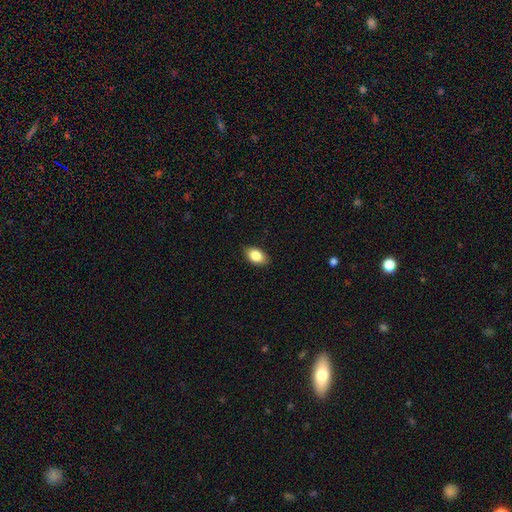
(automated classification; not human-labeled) Overall: smooth (85%). How rounded: in between (89%). Merging: none (85%).